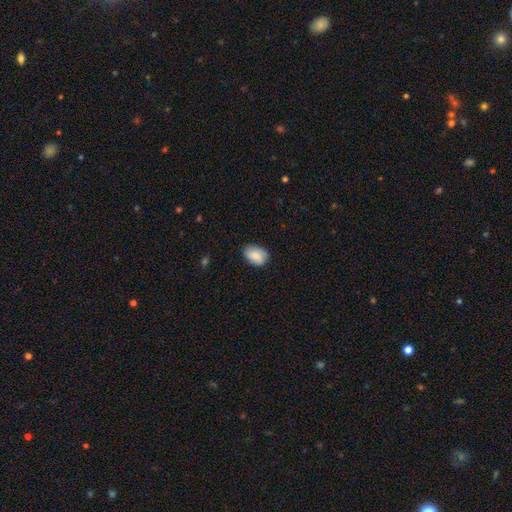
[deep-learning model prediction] Morphology: type=smooth (84%); roundness=in between (77%); merging=none (77%).